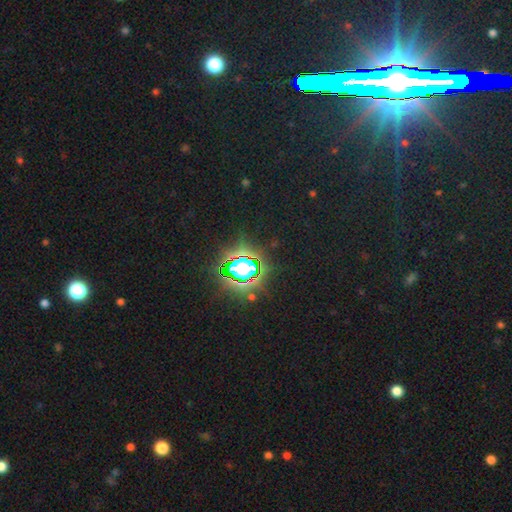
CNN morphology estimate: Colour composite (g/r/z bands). It shows a star or artifact, not a galaxy (78%).